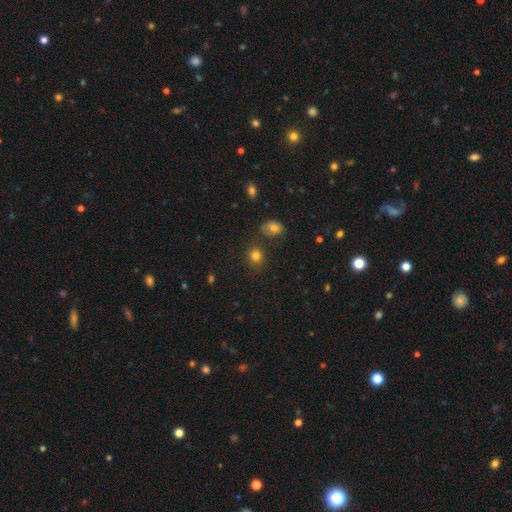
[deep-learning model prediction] A smooth galaxy with no disk features (81%) that is round (71%). Merging: none (78%).